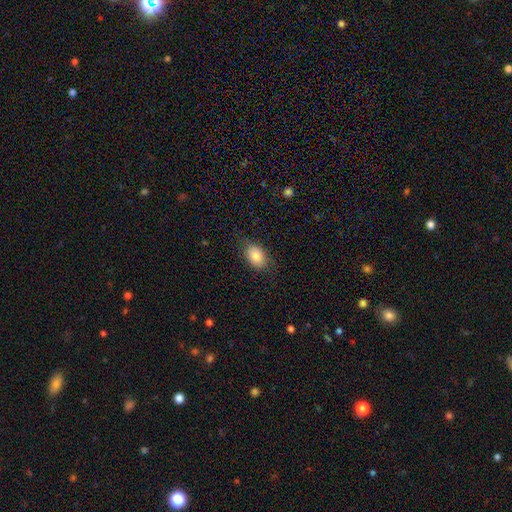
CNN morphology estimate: smooth-or-featured: smooth: 84% | featured or disk: 9% | star or artifact: 7%
  how-rounded: in between: 86% | round: 13% | cigar-shaped: 1%
  merging: none: 76% | minor disturbance: 18% | major disturbance: 5% | merger: 1%